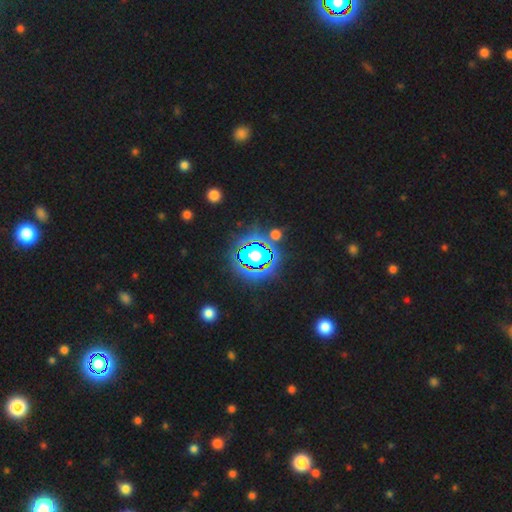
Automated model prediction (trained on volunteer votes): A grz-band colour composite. It shows a star or artifact, not a galaxy (80%).